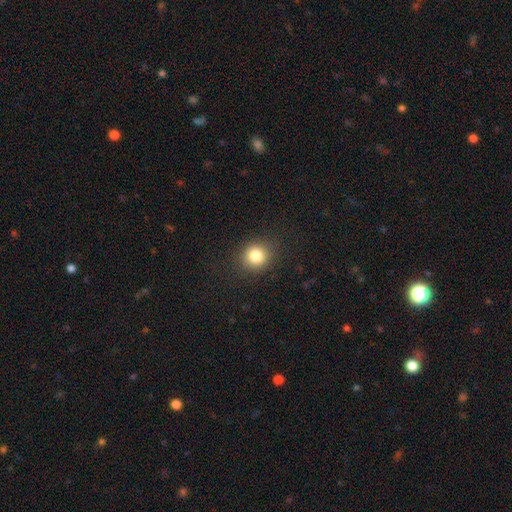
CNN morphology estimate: Smooth or featured: smooth — 82% (star or artifact — 11%)
How rounded: round — 84% (in between — 15%)
Merging: none — 89% (minor disturbance — 7%)